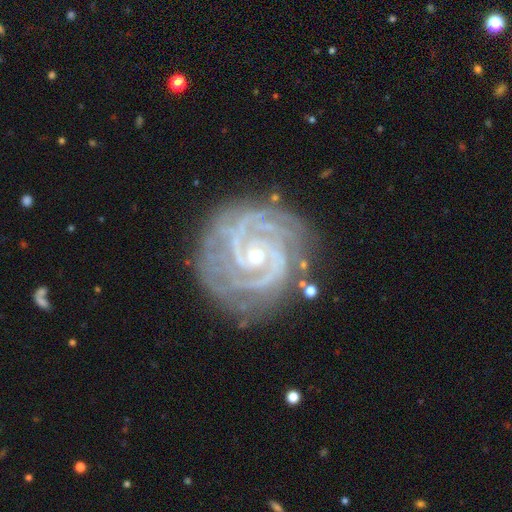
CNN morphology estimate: A featured or disk galaxy (92%) with no bar (57%), 2 (43%) tight (76%) spiral arms (98%) and a small central bulge (57%).

Vote fractions:
- Smooth or featured? featured or disk: 92% / star or artifact: 5% / smooth: 3%
- Edge-on disk? no: 98% / yes: 2%
- Bar? no: 57% / weak: 30% / strong: 13%
- Spiral arms? yes: 98% / no: 2%
- Spiral winding? tight: 76% / medium: 22% / loose: 3%
- Spiral arm count? 2: 43% / 3: 23% / can't tell: 12% / 4: 10% / more than 4: 6% / 1: 6%
- Bulge size? small: 57% / moderate: 40% / large: 2% / none: 1% / dominant: 1%
- Merging? none: 77% / minor disturbance: 16% / major disturbance: 5% / merger: 2%